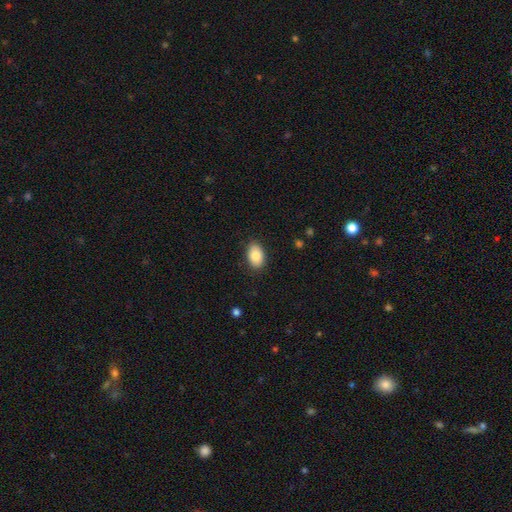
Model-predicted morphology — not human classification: Q: Smooth or featured?
A: smooth (85%); runner-up: featured or disk (8%)
Q: How rounded?
A: in between (89%); runner-up: round (10%)
Q: Merging?
A: none (86%); runner-up: minor disturbance (10%)